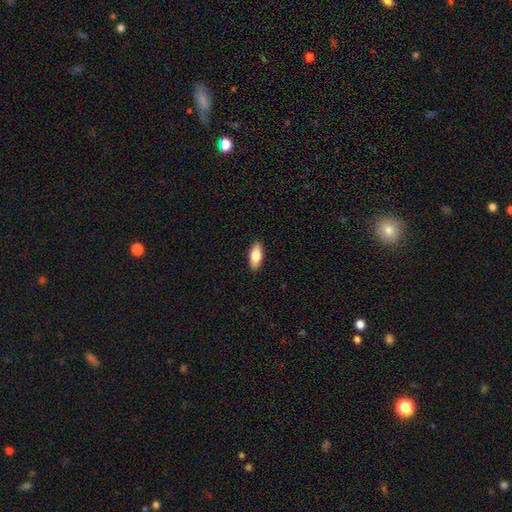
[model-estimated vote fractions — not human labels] Morphology: type=smooth (77%); roundness=in between (83%); merging=none (90%).